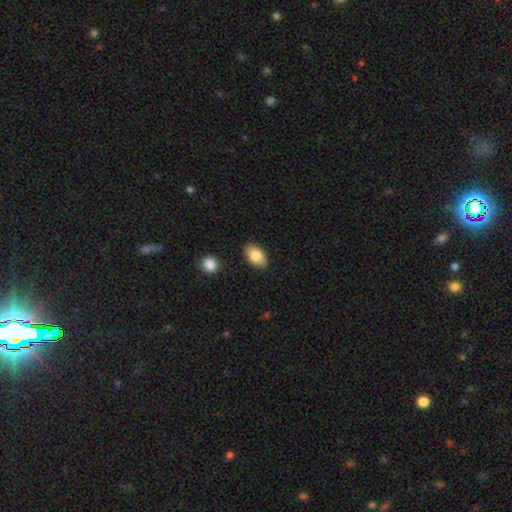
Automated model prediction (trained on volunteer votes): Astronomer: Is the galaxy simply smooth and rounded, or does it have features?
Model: smooth — 82%.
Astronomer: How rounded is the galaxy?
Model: in between — 93%.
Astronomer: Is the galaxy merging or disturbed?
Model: none — 87%.